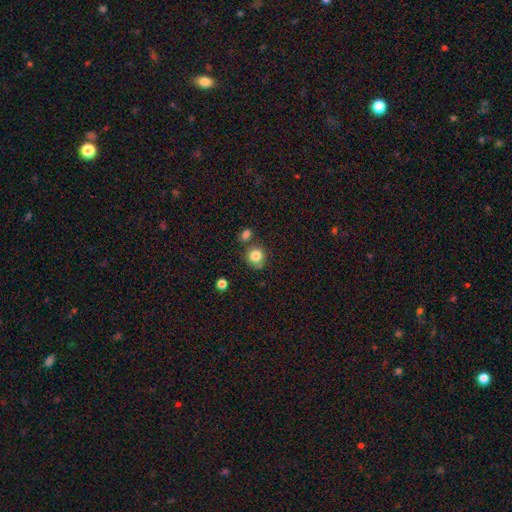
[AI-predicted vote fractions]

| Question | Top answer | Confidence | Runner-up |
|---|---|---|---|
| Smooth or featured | smooth | 83% | star or artifact (11%) |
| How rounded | round | 88% | in between (11%) |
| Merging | none | 71% | merger (13%) |